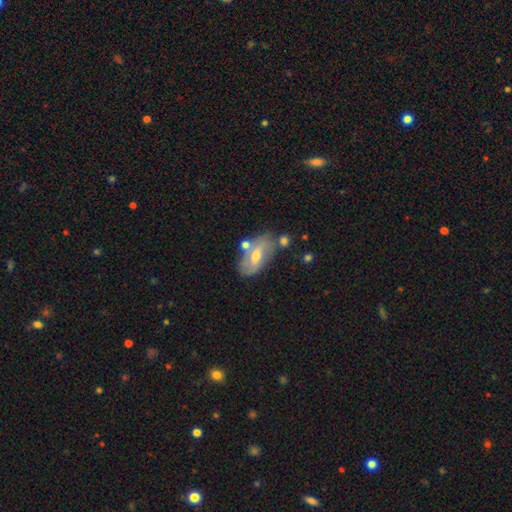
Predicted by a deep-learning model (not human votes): This appears to be a featured or disk galaxy (56%). Merging: none (59%).